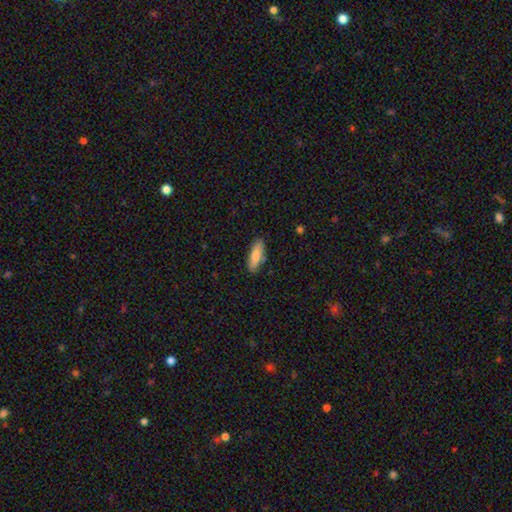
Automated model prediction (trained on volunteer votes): A smooth galaxy with no disk features (83%) that is in between round and cigar-shaped (58%).

Vote fractions:
- Smooth or featured? smooth: 83% / featured or disk: 12% / star or artifact: 6%
- How rounded? in between: 58% / cigar-shaped: 40% / round: 2%
- Merging? none: 84% / minor disturbance: 12% / merger: 2% / major disturbance: 2%